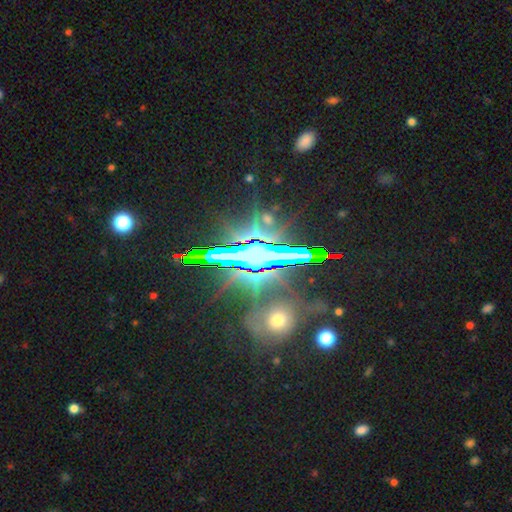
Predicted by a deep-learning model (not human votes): Smooth or featured? Predicted: star or artifact (p=0.78).